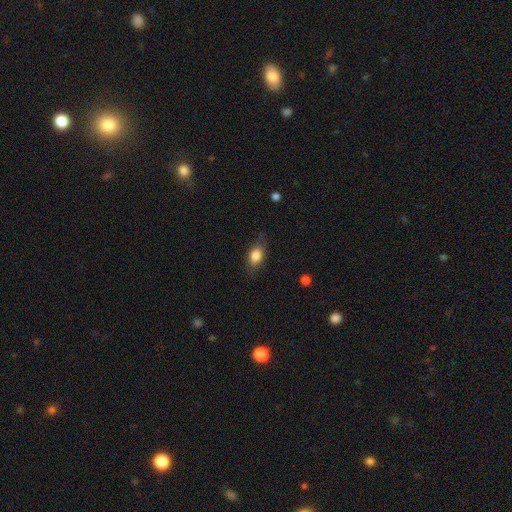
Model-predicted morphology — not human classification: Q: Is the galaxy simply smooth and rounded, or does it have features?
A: smooth — 79%.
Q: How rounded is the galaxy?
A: in between — 80%.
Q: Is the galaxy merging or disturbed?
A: none — 73%.